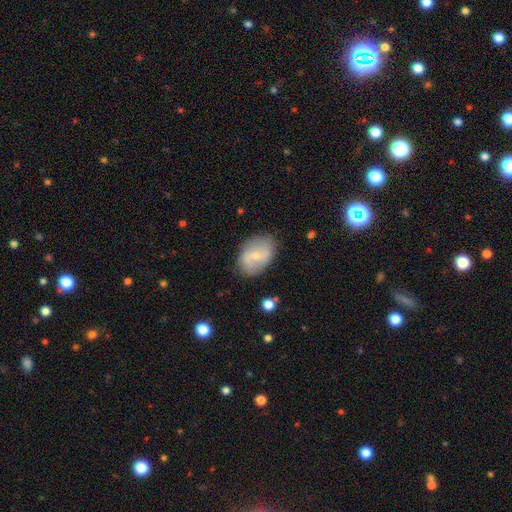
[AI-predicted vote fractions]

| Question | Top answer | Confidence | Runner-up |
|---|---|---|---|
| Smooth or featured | featured or disk | 48% | smooth (44%) |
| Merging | none | 77% | minor disturbance (16%) |